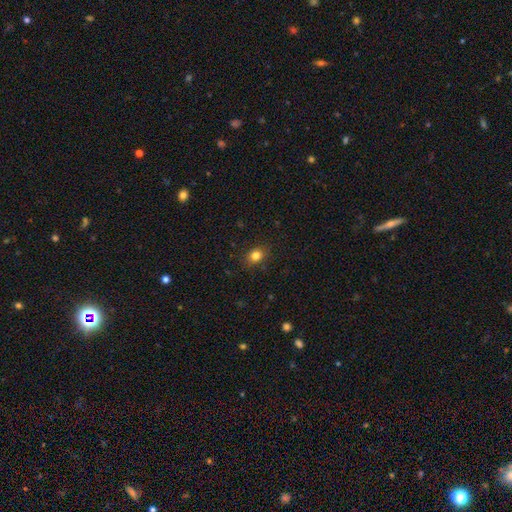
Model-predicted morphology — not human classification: This is clearly a smooth galaxy (82%). How rounded: possibly round (56%). Merging: clearly none (87%).